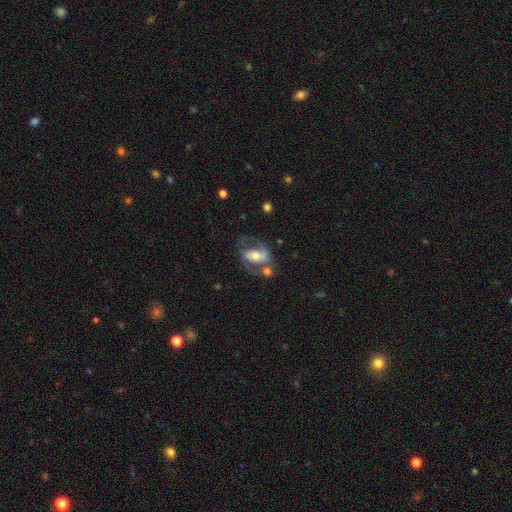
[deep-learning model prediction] smooth-or-featured: featured or disk: 72% | smooth: 22% | star or artifact: 6%
  disk-edge-on: no: 96% | yes: 4%
    bar: strong: 34% | weak: 33% | no: 33%
    has-spiral-arms: yes: 83% | no: 17%
      spiral-winding: medium: 52% | loose: 29% | tight: 19%
      spiral-arm-count: 2: 84% | can't tell: 7% | 1: 7% | 3: 1% | 4: 1% | more than 4: 1%
    bulge-size: moderate: 63% | small: 24% | large: 10% | none: 2% | dominant: 2%
  merging: none: 45% | merger: 22% | minor disturbance: 18% | major disturbance: 16%